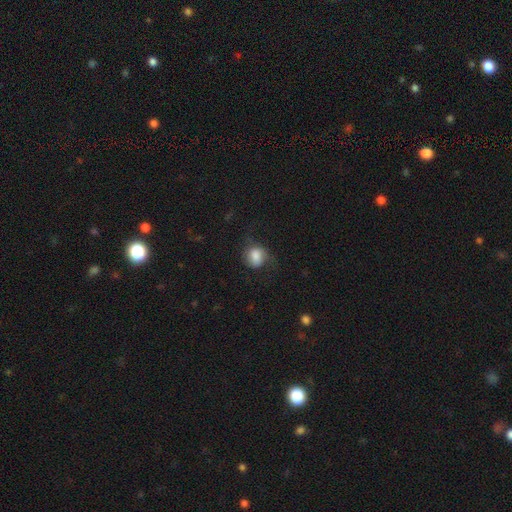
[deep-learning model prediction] Morphology: type=smooth (70%); roundness=round (63%); merging=none (52%).